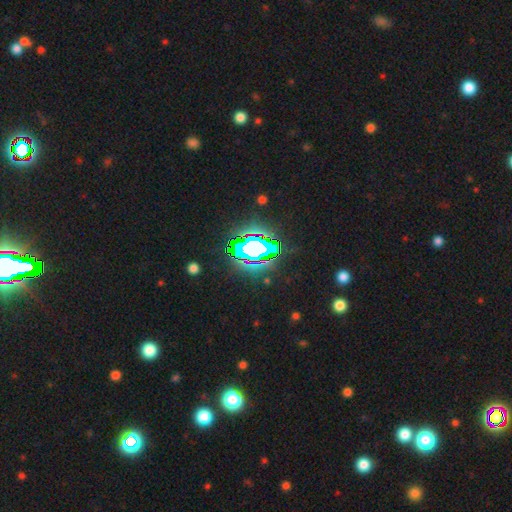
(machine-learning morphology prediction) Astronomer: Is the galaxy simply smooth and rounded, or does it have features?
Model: star or artifact — 79%.